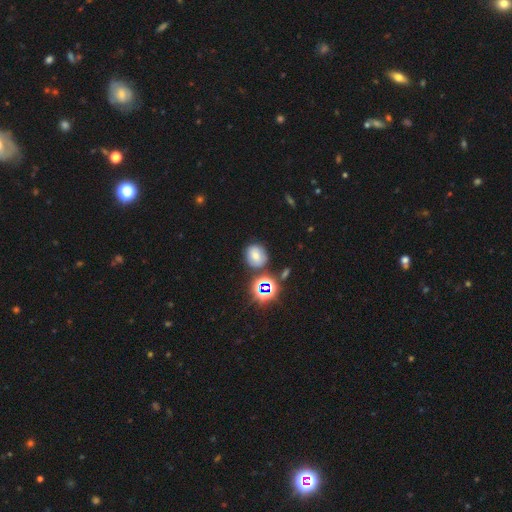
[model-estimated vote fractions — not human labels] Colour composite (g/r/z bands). It shows a smooth galaxy with no disk features (58%) that is round (80%). Merging: none (76%).